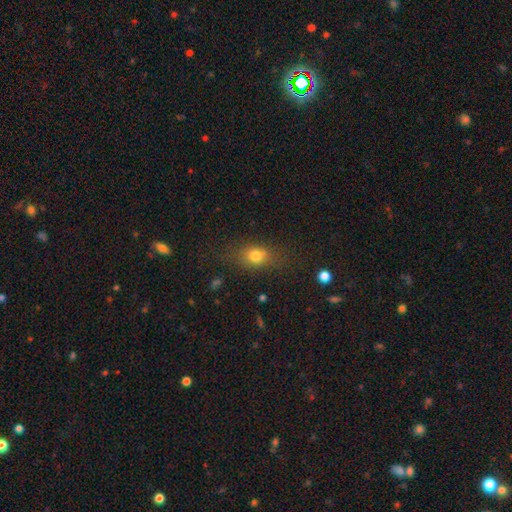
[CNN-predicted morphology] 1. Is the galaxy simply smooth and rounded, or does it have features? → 74% smooth, 13% featured or disk, 13% star or artifact.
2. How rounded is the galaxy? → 59% in between, 33% round, 7% cigar-shaped.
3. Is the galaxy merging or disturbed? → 71% none, 18% minor disturbance, 10% major disturbance, 2% merger.